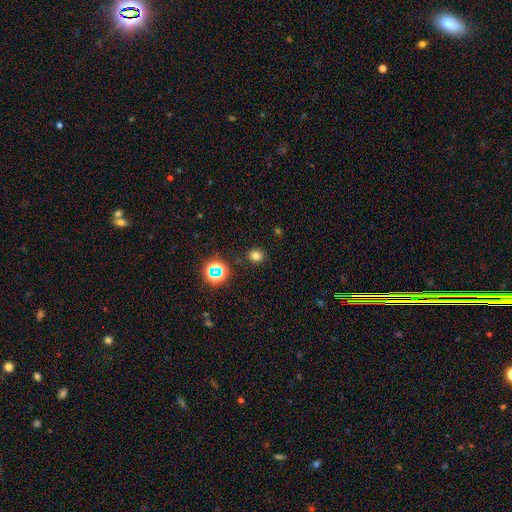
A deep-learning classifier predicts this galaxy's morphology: smooth_or_featured: smooth (p=0.74) [alt: star or artifact p=0.20]
how_rounded: round (p=0.76) [alt: in between p=0.23]
merging: none (p=0.88) [alt: minor disturbance p=0.08]